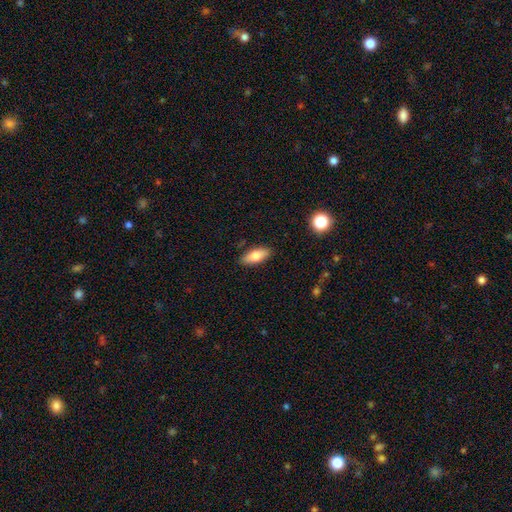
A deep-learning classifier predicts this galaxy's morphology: Smooth or featured: smooth — 79% (featured or disk — 14%)
How rounded: in between — 81% (cigar-shaped — 16%)
Merging: none — 88% (minor disturbance — 9%)